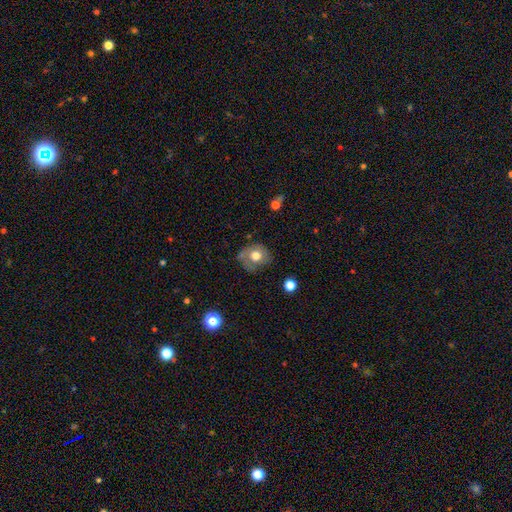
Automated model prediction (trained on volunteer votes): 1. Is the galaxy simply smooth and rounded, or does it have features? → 67% smooth, 24% featured or disk, 9% star or artifact.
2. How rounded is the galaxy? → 74% round, 25% in between, 1% cigar-shaped.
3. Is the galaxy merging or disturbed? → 58% none, 28% minor disturbance, 11% major disturbance, 4% merger.